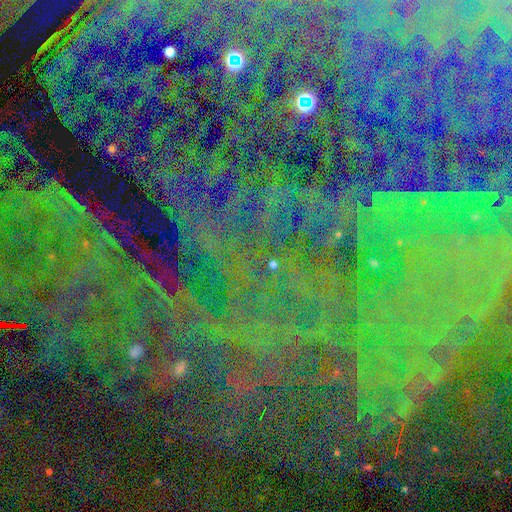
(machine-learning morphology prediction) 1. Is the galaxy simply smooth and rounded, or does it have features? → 85% star or artifact, 8% featured or disk, 7% smooth.